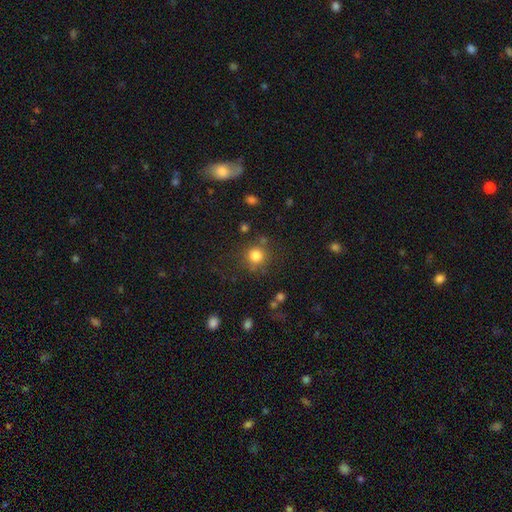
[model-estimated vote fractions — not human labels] A smooth galaxy with no disk features (80%) that is round (92%). Merging: none (78%).